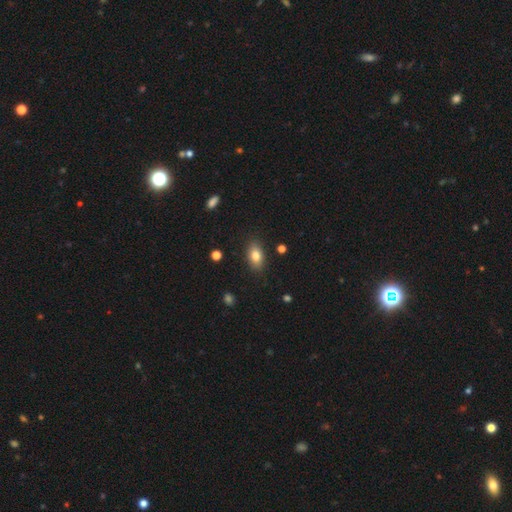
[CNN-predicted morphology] Overall: smooth (80%). How rounded: in between (87%). Merging: none (86%).